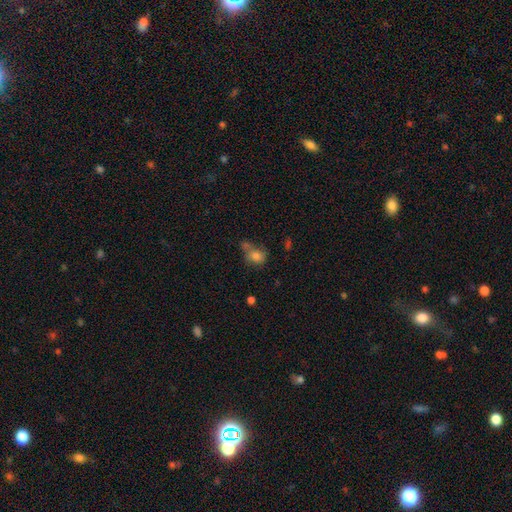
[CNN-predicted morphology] Smooth or featured? smooth (76%)
How rounded? round (55%)
Merging? none (38%)